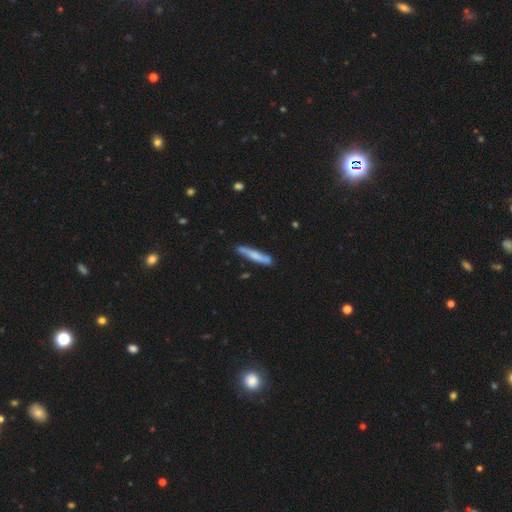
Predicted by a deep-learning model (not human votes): smooth 63%, featured or disk 32%, star or artifact 5%. Down the decision tree: how rounded — cigar-shaped (92%); merging — none (81%).